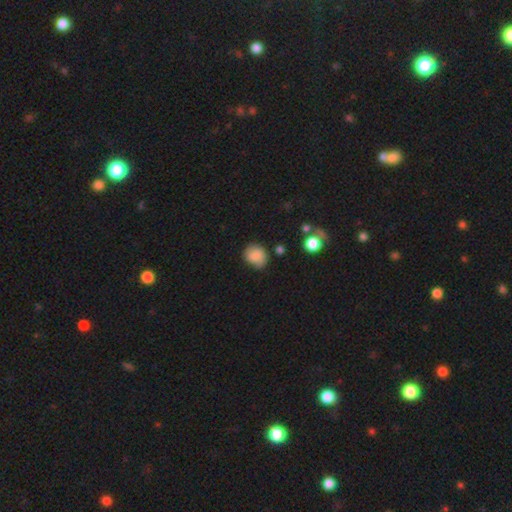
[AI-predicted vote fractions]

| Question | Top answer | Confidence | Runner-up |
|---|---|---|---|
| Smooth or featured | smooth | 76% | featured or disk (14%) |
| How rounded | round | 74% | in between (25%) |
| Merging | none | 69% | minor disturbance (23%) |